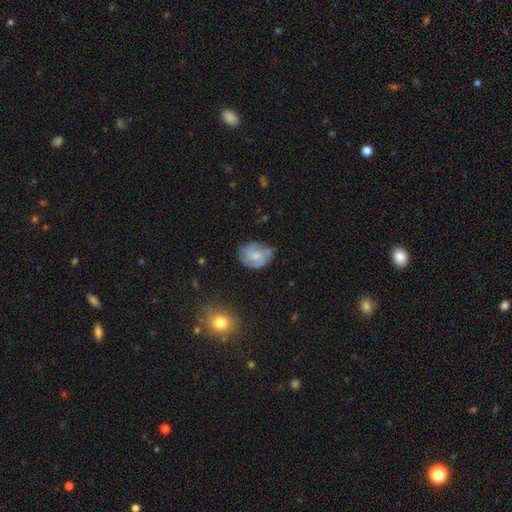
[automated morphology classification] Q: Smooth or featured?
A: featured or disk (61%); runner-up: smooth (32%)
Q: Edge-on disk?
A: no (97%); runner-up: yes (3%)
Q: Bar?
A: no (62%); runner-up: weak (33%)
Q: Spiral arms?
A: yes (85%); runner-up: no (15%)
Q: Spiral winding?
A: tight (44%); runner-up: medium (42%)
Q: Spiral arm count?
A: 2 (43%); runner-up: can't tell (26%)
Q: Bulge size?
A: small (44%); runner-up: moderate (43%)
Q: Merging?
A: none (62%); runner-up: minor disturbance (26%)